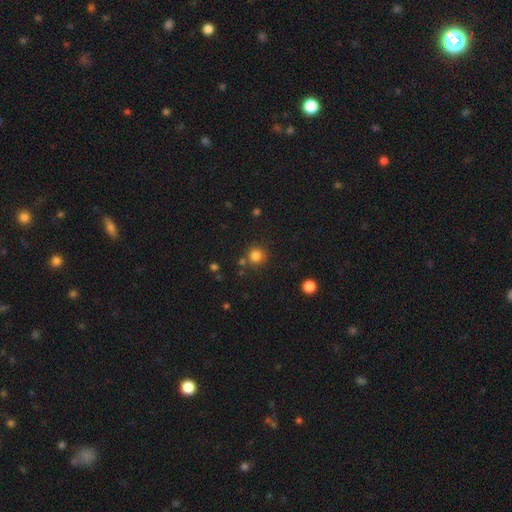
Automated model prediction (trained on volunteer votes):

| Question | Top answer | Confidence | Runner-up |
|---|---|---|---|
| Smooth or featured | smooth | 82% | star or artifact (13%) |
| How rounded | round | 91% | in between (8%) |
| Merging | none | 78% | minor disturbance (10%) |